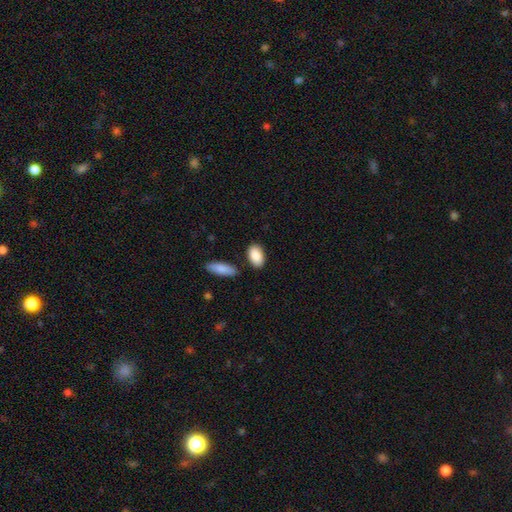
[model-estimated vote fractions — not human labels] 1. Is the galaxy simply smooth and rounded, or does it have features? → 88% smooth, 6% star or artifact, 6% featured or disk.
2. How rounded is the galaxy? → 91% in between, 6% round, 3% cigar-shaped.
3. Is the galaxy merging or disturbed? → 82% none, 11% minor disturbance, 5% merger, 2% major disturbance.